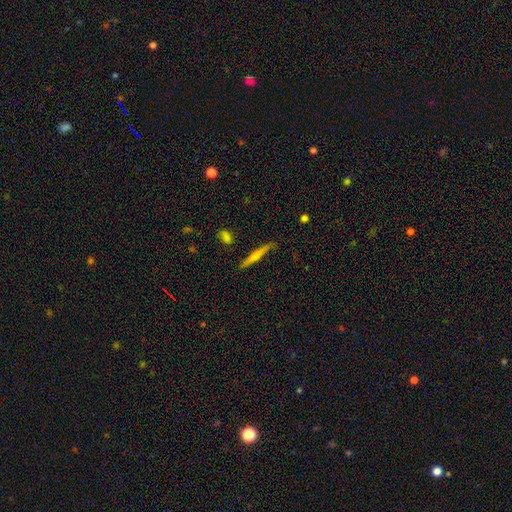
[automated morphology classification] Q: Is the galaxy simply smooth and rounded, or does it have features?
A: featured or disk — 47%, tied with smooth.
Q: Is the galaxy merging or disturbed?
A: none — 82%.